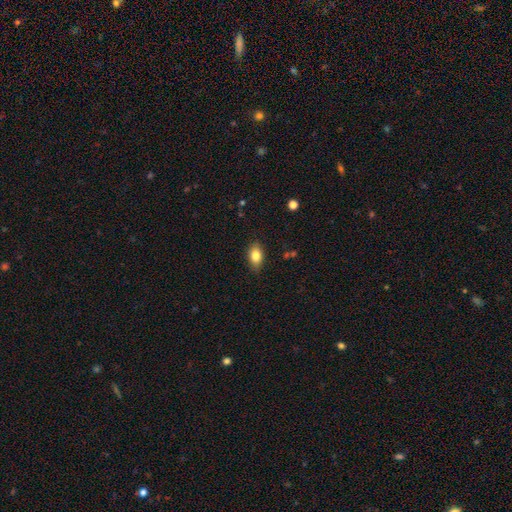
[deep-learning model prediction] Smooth or featured?
  - smooth: 83% *
  - featured or disk: 9%
  - star or artifact: 8%
How rounded?
  - in between: 87% *
  - round: 9%
  - cigar-shaped: 4%
Merging?
  - none: 84% *
  - minor disturbance: 12%
  - major disturbance: 2%
  - merger: 1%